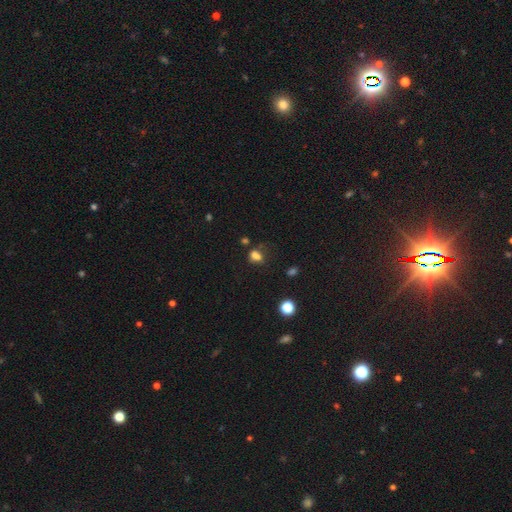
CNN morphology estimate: This appears to be a smooth galaxy with no disk features (73%) that is in between round and cigar-shaped (64%). Merging: none (50%).